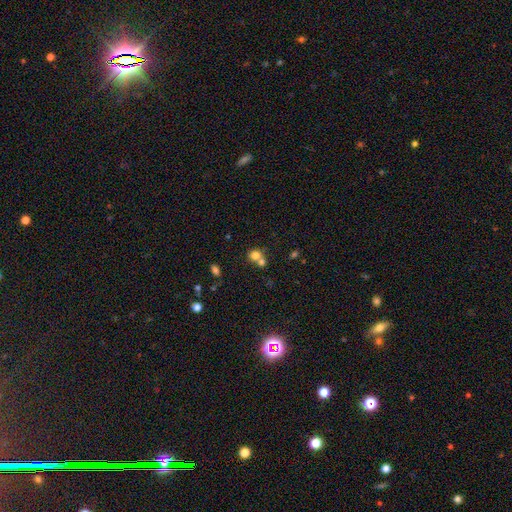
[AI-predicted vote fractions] smooth_or_featured: smooth (p=0.74) [alt: star or artifact p=0.14]
how_rounded: round (p=0.75) [alt: in between p=0.24]
merging: merger (p=0.51) [alt: none p=0.38]